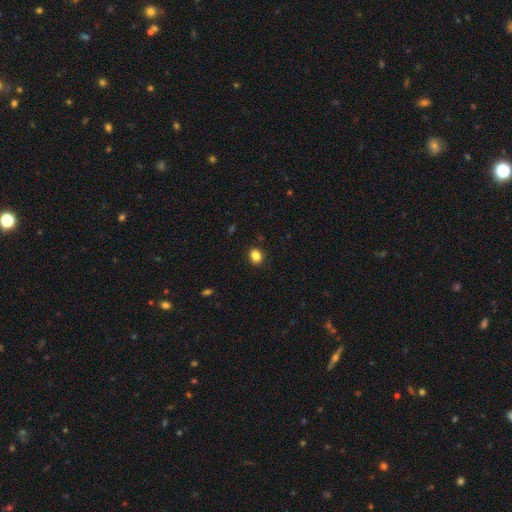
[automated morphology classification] This is clearly a smooth galaxy (86%). How rounded: possibly round (55%). Merging: clearly none (90%).